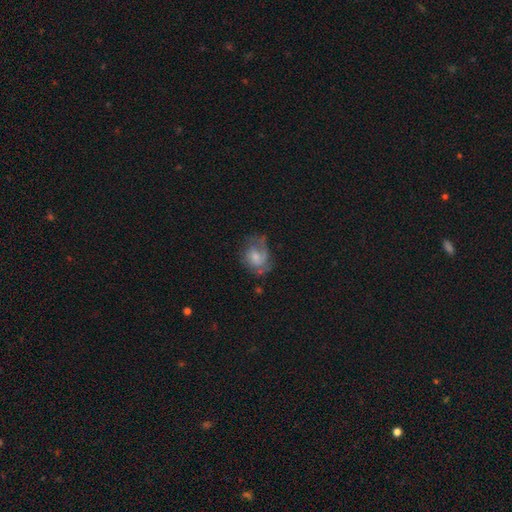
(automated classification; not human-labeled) Smooth or featured? Predicted: featured or disk (p=0.61). Edge-on disk? Predicted: no (p=0.97). Bar? Predicted: no (p=0.66). Spiral arms? Predicted: yes (p=0.83). Bulge size? Predicted: moderate (p=0.40). Merging? Predicted: none (p=0.52).